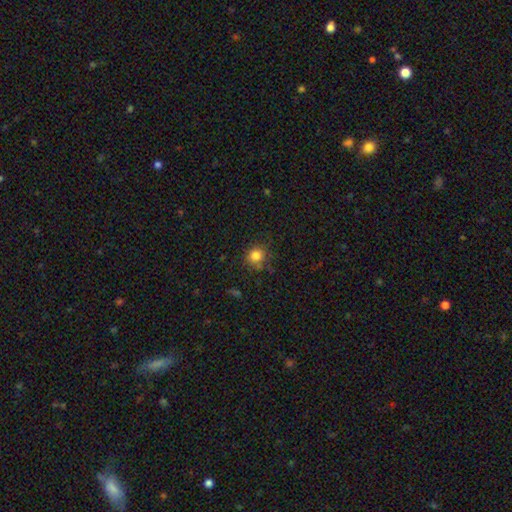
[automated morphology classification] Smooth or featured: smooth — 81% (star or artifact — 13%)
How rounded: round — 86% (in between — 13%)
Merging: none — 77% (minor disturbance — 15%)